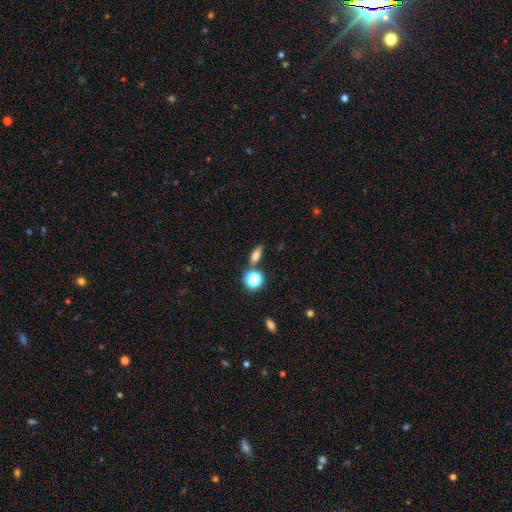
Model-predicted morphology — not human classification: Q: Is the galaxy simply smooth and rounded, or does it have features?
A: smooth — 65%.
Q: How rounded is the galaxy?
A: in between — 56%.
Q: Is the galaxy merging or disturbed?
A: none — 77%.